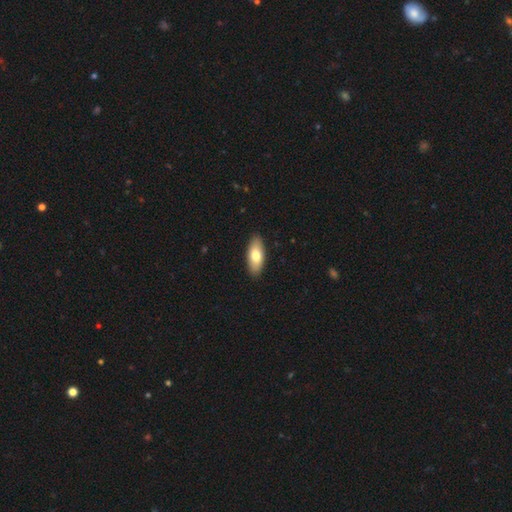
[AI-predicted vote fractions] Smooth or featured?
  - smooth: 76% *
  - featured or disk: 19%
  - star or artifact: 5%
How rounded?
  - in between: 82% *
  - cigar-shaped: 15%
  - round: 2%
Merging?
  - none: 90% *
  - minor disturbance: 8%
  - major disturbance: 2%
  - merger: 1%